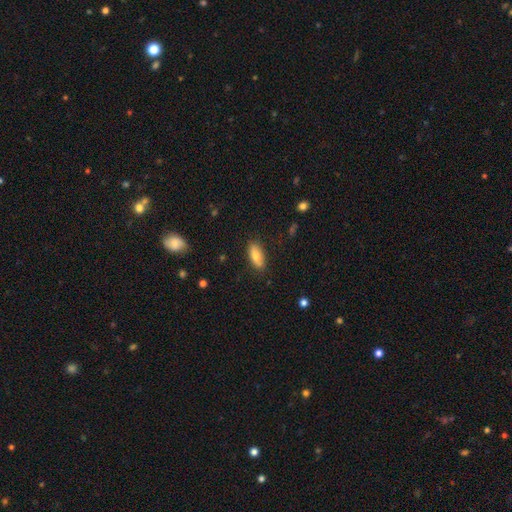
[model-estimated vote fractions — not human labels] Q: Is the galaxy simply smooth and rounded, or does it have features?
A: smooth — 78%.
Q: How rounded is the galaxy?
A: in between — 81%.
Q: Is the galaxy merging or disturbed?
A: none — 83%.